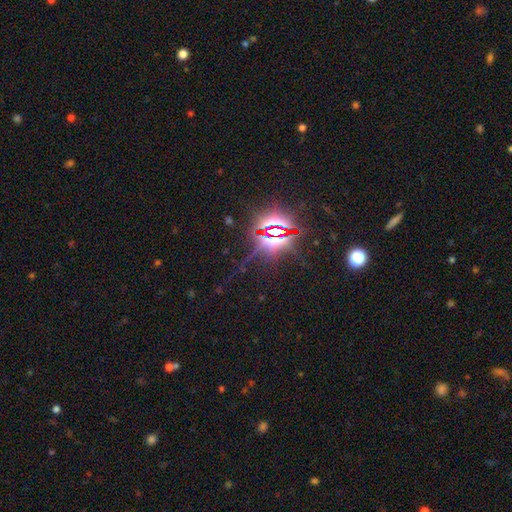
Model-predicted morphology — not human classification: This is clearly a star or artifact rather than a galaxy (85%).